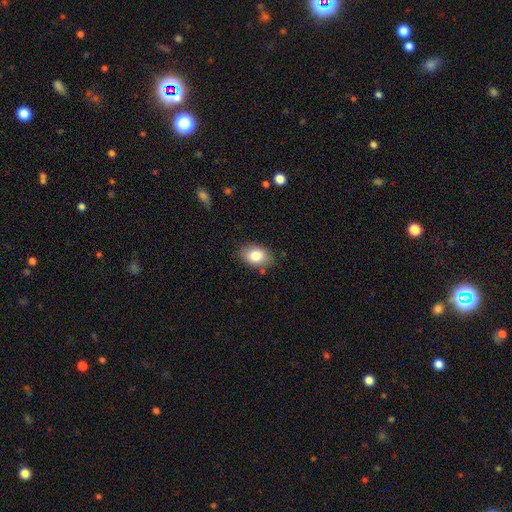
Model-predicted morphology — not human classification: Q: Smooth or featured?
A: smooth (82%); runner-up: featured or disk (10%)
Q: How rounded?
A: in between (83%); runner-up: round (16%)
Q: Merging?
A: none (83%); runner-up: minor disturbance (13%)